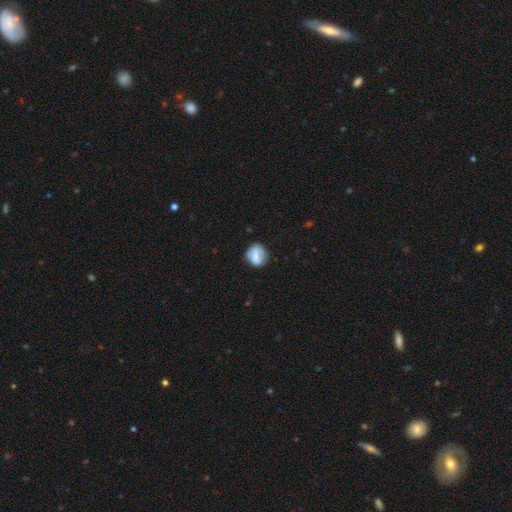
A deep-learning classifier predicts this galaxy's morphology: Smooth or featured? smooth (61%)
How rounded? round (67%)
Merging? none (70%)